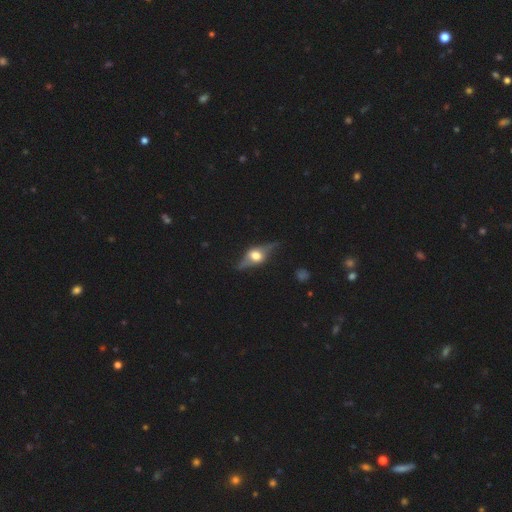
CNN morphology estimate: smooth-or-featured: featured or disk: 77% | smooth: 16% | star or artifact: 7%
  disk-edge-on: yes: 91% | no: 9%
    edge-on-bulge: rounded: 95% | boxy: 4% | none: 1%
  merging: none: 80% | minor disturbance: 14% | major disturbance: 5% | merger: 2%